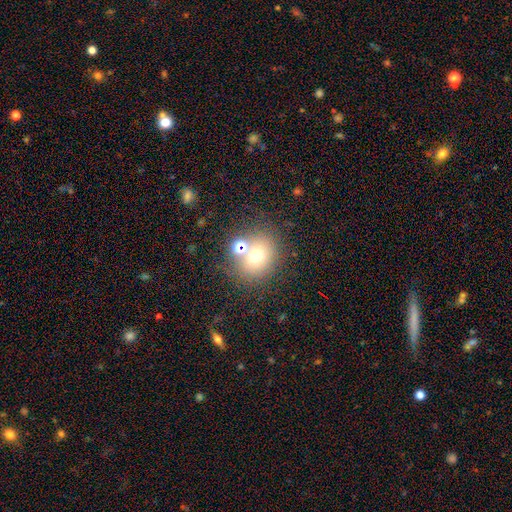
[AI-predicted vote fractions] smooth_or_featured: smooth (p=0.65) [alt: star or artifact p=0.20]
how_rounded: round (p=0.75) [alt: in between p=0.24]
merging: none (p=0.63) [alt: merger p=0.21]